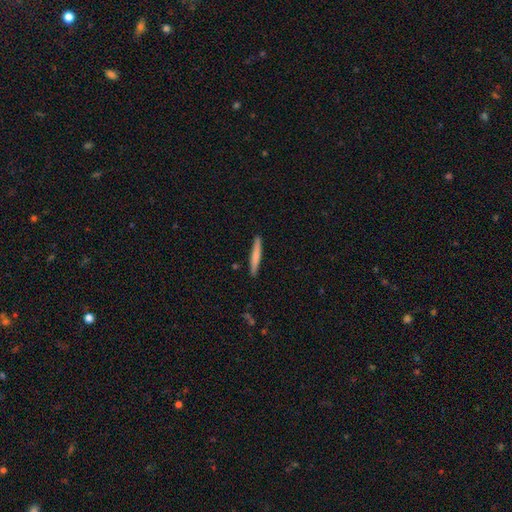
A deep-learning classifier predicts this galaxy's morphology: A smooth galaxy with no disk features (70%) that is cigar-shaped (96%). Merging: none (90%).